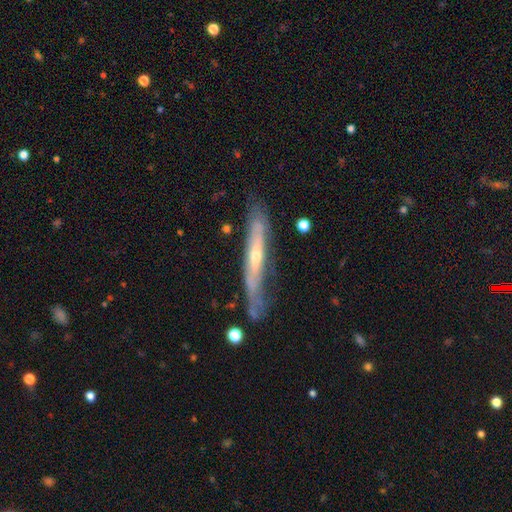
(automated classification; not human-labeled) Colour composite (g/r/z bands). It shows a featured or disk galaxy (70%) viewed edge-on (79%) with a rounded central bulge (63%). Merging: none (66%).